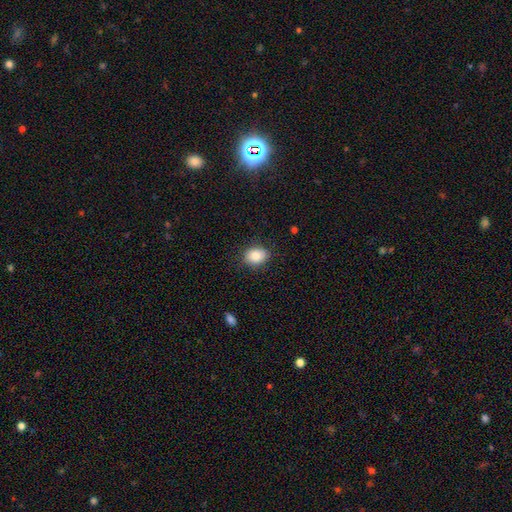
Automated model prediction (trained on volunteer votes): Smooth or featured? Predicted: smooth (p=0.85). How rounded? Predicted: in between (p=0.63). Merging? Predicted: none (p=0.84).